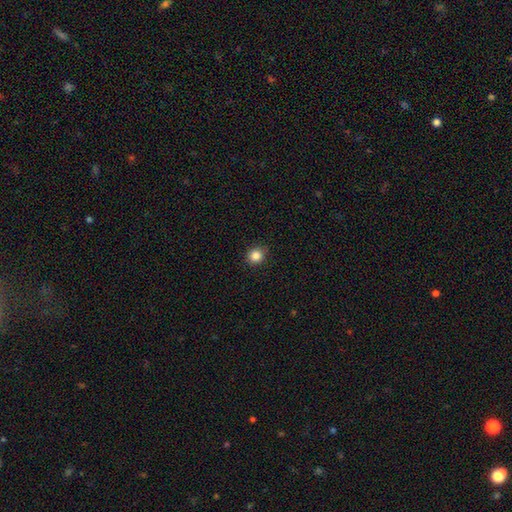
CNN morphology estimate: A smooth galaxy with no disk features (85%) that is round (83%). Merging: none (89%).